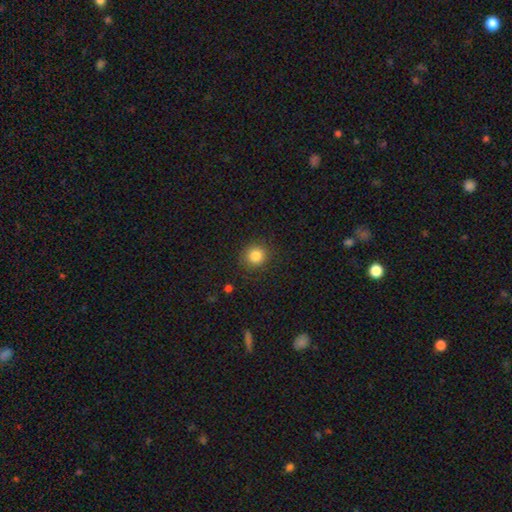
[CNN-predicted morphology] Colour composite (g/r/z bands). It shows a smooth galaxy with no disk features (84%) that is round (90%). Merging: none (87%).